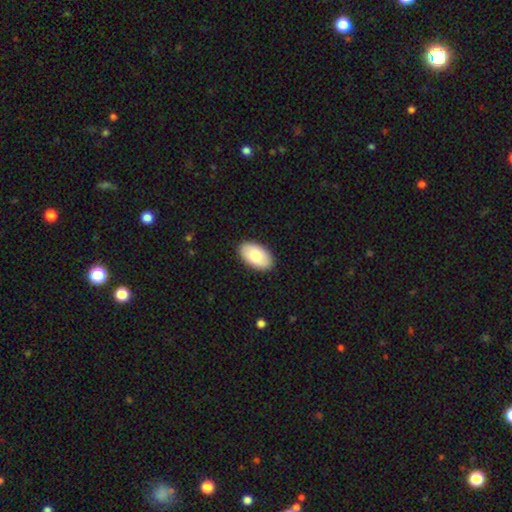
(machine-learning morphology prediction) smooth-or-featured: smooth: 85% | featured or disk: 10% | star or artifact: 5%
  how-rounded: in between: 96% | round: 3% | cigar-shaped: 1%
  merging: none: 89% | minor disturbance: 8% | major disturbance: 2% | merger: 1%